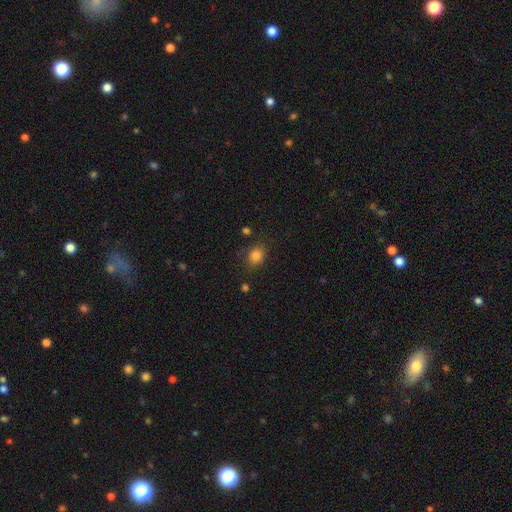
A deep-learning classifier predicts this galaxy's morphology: Overall: smooth (83%). How rounded: in between (50%; round 49%). Merging: none (76%).